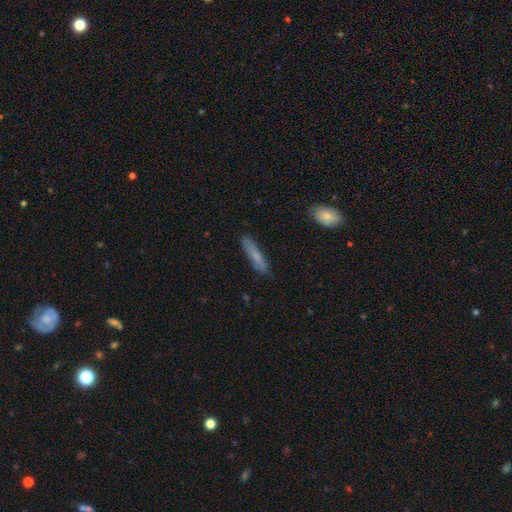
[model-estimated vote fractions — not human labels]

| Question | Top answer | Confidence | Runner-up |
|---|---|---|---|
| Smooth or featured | smooth | 74% | featured or disk (19%) |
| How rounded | cigar-shaped | 87% | in between (11%) |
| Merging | none | 85% | minor disturbance (11%) |